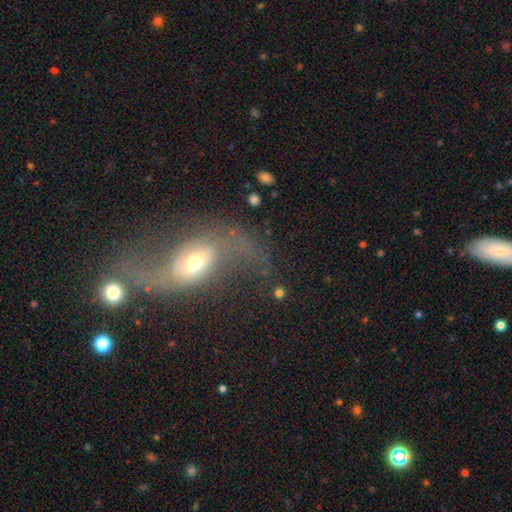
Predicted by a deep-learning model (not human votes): smooth_or_featured: featured or disk (p=0.75) [alt: smooth p=0.15]
disk_edge_on: no (p=0.94) [alt: yes p=0.06]
bar: no (p=0.46) [alt: weak p=0.36]
has_spiral_arms: yes (p=0.85) [alt: no p=0.15]
spiral_winding: loose (p=0.82) [alt: medium p=0.14]
spiral_arm_count: 2 (p=0.89) [alt: 1 p=0.05]
bulge_size: moderate (p=0.54) [alt: small p=0.32]
merging: none (p=0.47) [alt: major disturbance p=0.26]